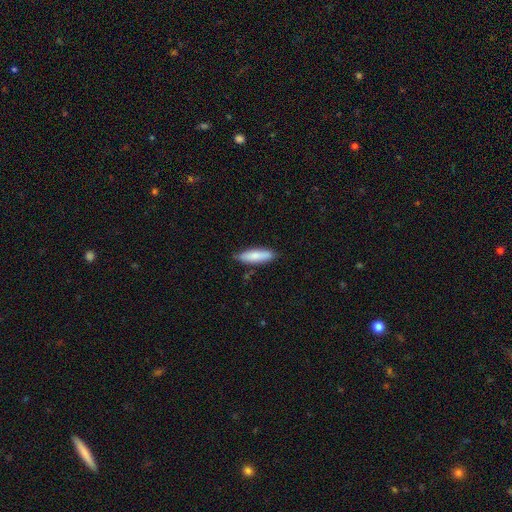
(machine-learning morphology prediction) This appears to be a smooth galaxy with no disk features (81%) that is cigar-shaped (58%). Merging: none (82%).